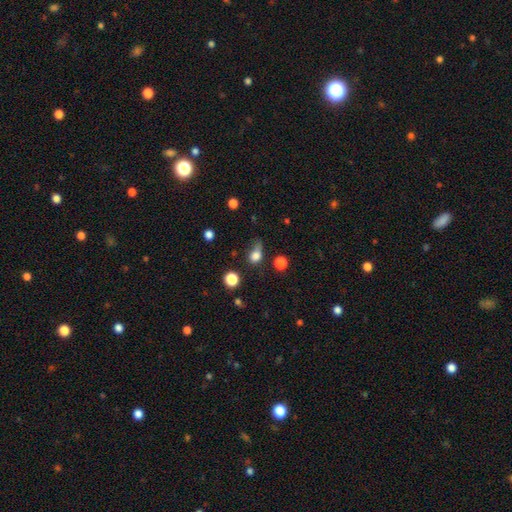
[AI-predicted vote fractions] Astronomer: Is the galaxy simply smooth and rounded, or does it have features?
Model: smooth — 78%.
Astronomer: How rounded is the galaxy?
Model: in between — 49% (runner-up: round, 48%).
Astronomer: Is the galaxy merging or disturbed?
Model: minor disturbance — 36% (runner-up: none, 35%).